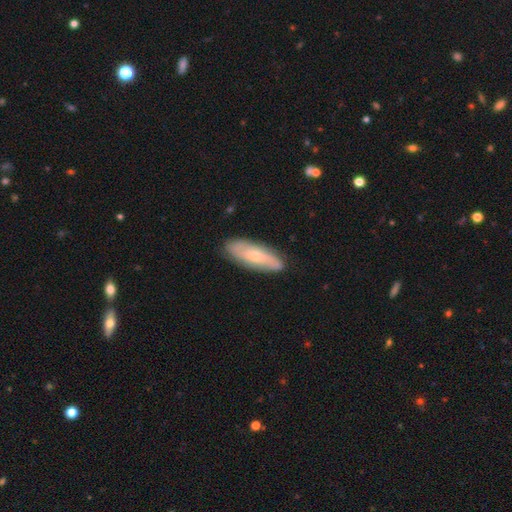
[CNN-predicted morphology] Overall: featured or disk (49%; smooth 45%). Merging: none (83%).